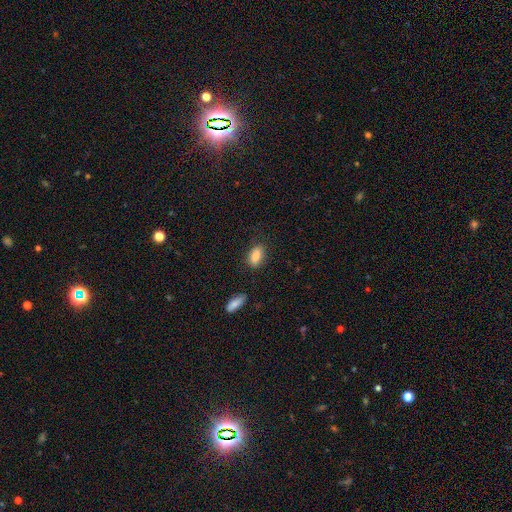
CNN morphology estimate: Smooth or featured? Predicted: smooth (p=0.86). How rounded? Predicted: in between (p=0.87). Merging? Predicted: none (p=0.79).